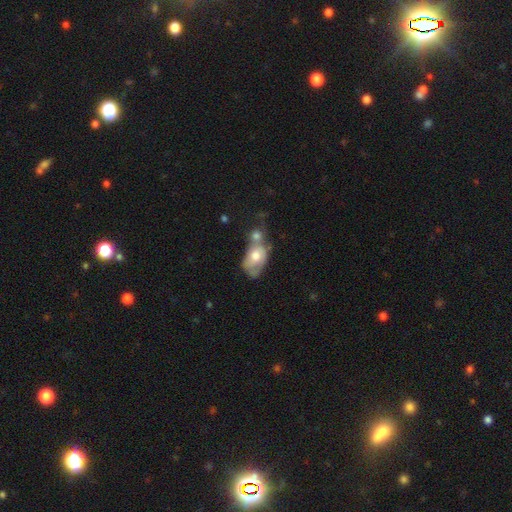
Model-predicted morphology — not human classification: Smooth or featured? Predicted: smooth (p=0.61). How rounded? Predicted: in between (p=0.85). Merging? Predicted: merger (p=0.55).